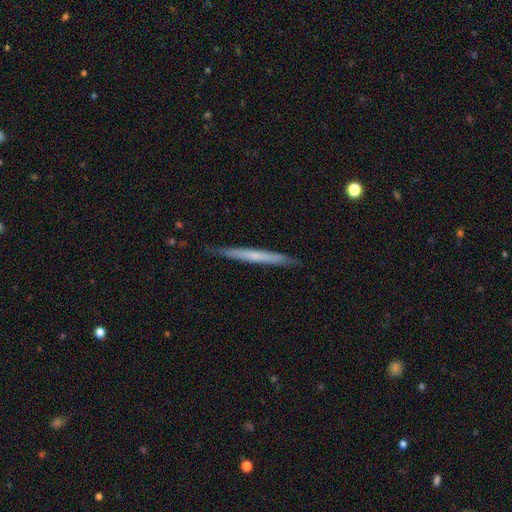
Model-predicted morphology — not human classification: A smooth galaxy with no disk features (48%). Merging: none (87%).